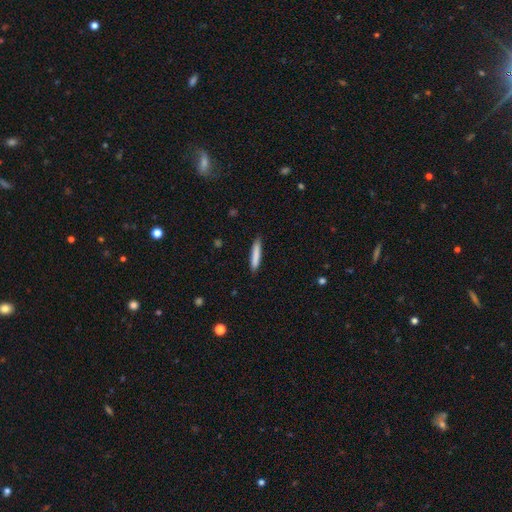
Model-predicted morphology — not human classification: smooth-or-featured: smooth: 84% | featured or disk: 10% | star or artifact: 6%
  how-rounded: cigar-shaped: 92% | in between: 7% | round: 1%
  merging: none: 89% | minor disturbance: 8% | major disturbance: 2% | merger: 1%